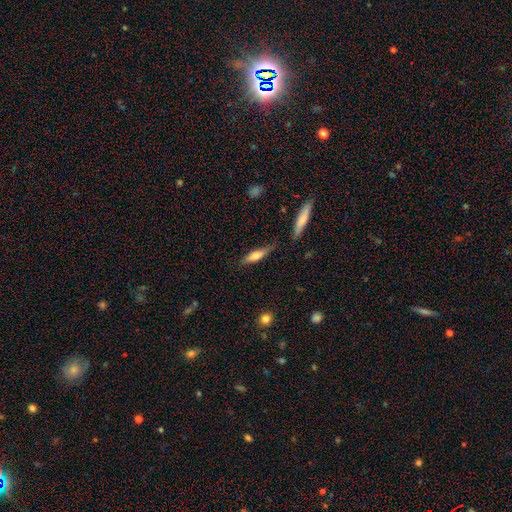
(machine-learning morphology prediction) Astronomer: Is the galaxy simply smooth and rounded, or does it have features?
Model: smooth — 69%.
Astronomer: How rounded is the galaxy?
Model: cigar-shaped — 68%.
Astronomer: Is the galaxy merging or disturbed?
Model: none — 69%.